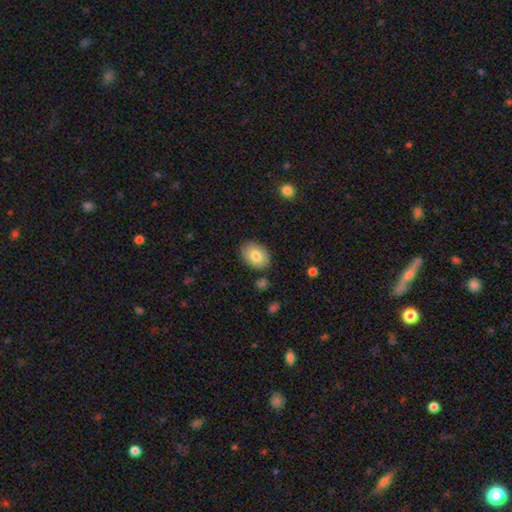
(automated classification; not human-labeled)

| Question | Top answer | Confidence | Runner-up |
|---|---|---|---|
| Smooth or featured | smooth | 80% | featured or disk (13%) |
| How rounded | in between | 78% | round (21%) |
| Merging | none | 84% | minor disturbance (11%) |